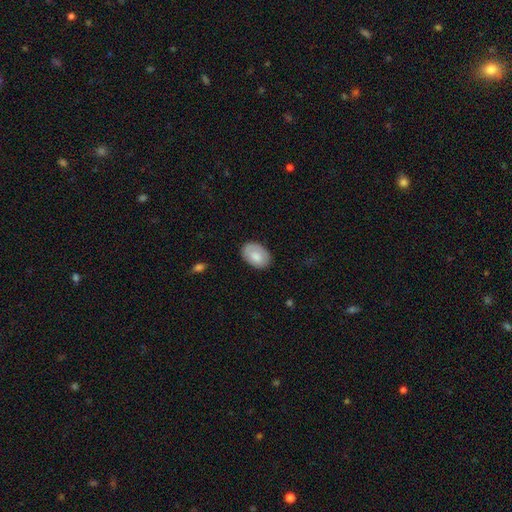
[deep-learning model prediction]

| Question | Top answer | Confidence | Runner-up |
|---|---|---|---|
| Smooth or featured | smooth | 77% | featured or disk (17%) |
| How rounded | in between | 86% | round (13%) |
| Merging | none | 79% | minor disturbance (16%) |